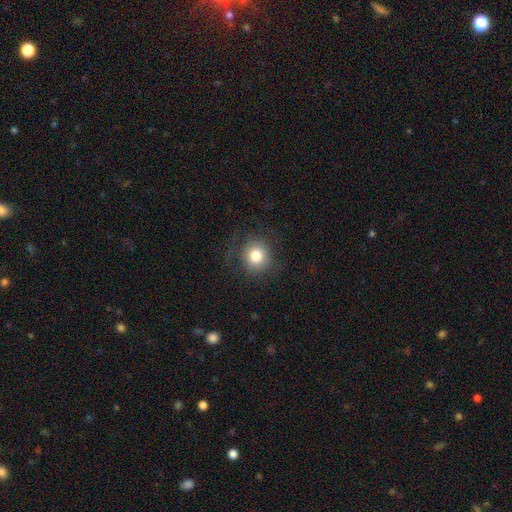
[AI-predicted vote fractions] smooth 77%, featured or disk 12%, star or artifact 10%. Down the decision tree: how rounded — round (90%); merging — none (78%).